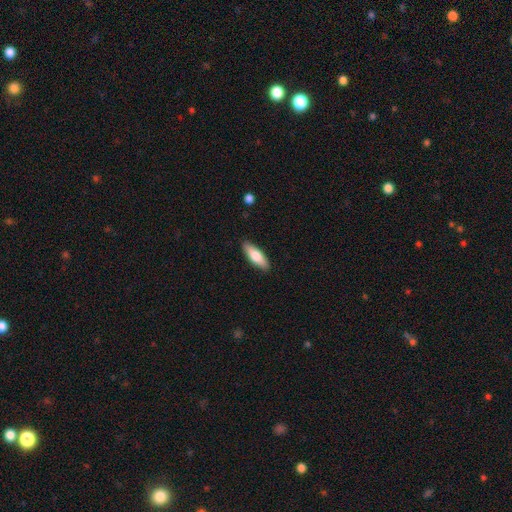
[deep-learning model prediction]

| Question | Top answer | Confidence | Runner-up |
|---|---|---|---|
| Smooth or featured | smooth | 73% | featured or disk (22%) |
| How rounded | in between | 57% | cigar-shaped (42%) |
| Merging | none | 89% | minor disturbance (9%) |